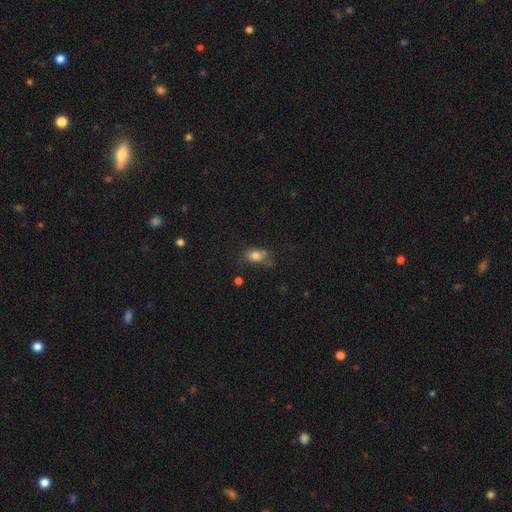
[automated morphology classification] Smooth or featured? Predicted: smooth (p=0.79). How rounded? Predicted: in between (p=0.76). Merging? Predicted: none (p=0.55).